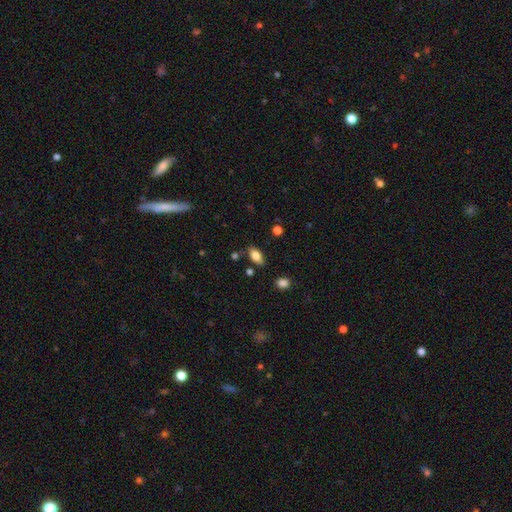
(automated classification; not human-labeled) This appears to be a smooth galaxy with no disk features (78%) that is in between round and cigar-shaped (89%). Merging: none (83%).